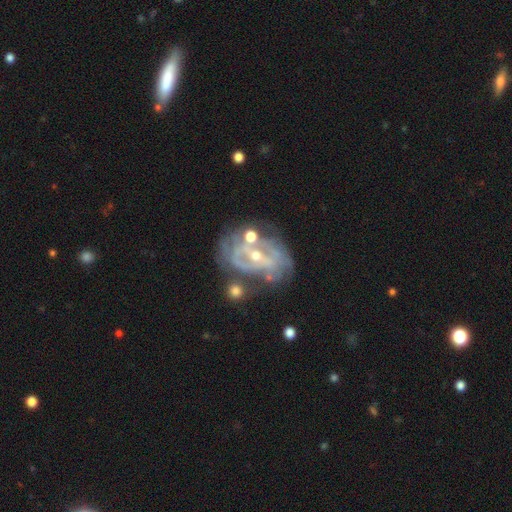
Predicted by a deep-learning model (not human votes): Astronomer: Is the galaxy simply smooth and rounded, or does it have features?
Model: featured or disk — 84%.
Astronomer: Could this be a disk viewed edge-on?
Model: no — 95%.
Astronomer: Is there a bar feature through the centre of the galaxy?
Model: strong — 43% (runner-up: weak, 34%).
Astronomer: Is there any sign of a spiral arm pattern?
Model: yes — 77%.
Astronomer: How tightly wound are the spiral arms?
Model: tight — 55% (runner-up: medium, 32%).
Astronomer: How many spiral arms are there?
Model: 2 — 41% (runner-up: can't tell, 36%).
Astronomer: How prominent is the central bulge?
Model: small — 63%.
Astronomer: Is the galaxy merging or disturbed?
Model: none — 55%.